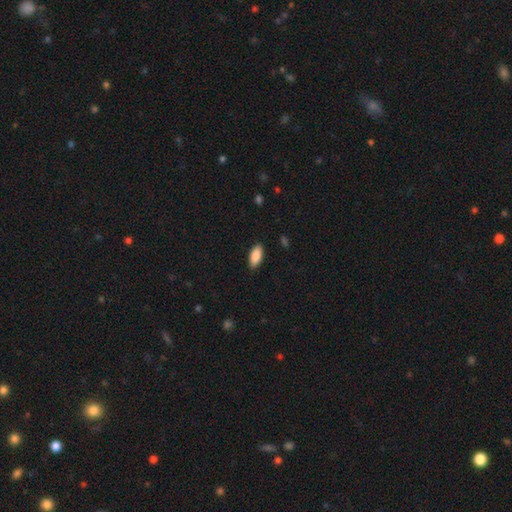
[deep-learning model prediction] smooth 89%, star or artifact 6%, featured or disk 5%. Down the decision tree: how rounded — in between (89%); merging — none (88%).